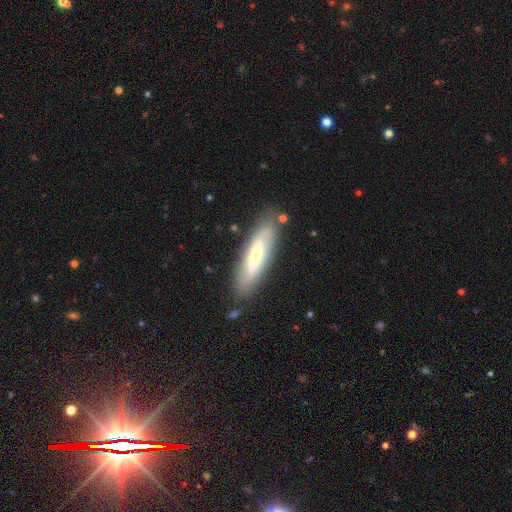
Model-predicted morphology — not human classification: Smooth or featured? smooth (52%)
How rounded? cigar-shaped (65%)
Merging? none (80%)